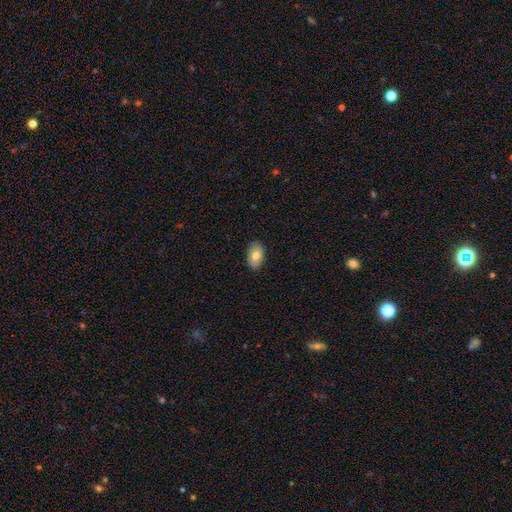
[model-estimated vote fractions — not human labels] A smooth galaxy with no disk features (75%) that is in between round and cigar-shaped (90%).

Vote fractions:
- Smooth or featured? smooth: 75% / featured or disk: 18% / star or artifact: 7%
- How rounded? in between: 90% / round: 9% / cigar-shaped: 1%
- Merging? none: 87% / minor disturbance: 11% / major disturbance: 2% / merger: 1%